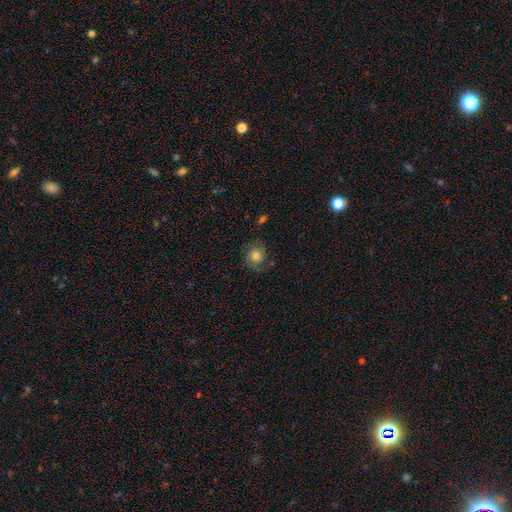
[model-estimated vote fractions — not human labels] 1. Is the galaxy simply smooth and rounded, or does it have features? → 52% smooth, 37% featured or disk, 11% star or artifact.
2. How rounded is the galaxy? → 82% round, 17% in between, 1% cigar-shaped.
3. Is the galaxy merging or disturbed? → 69% none, 19% minor disturbance, 10% major disturbance, 2% merger.